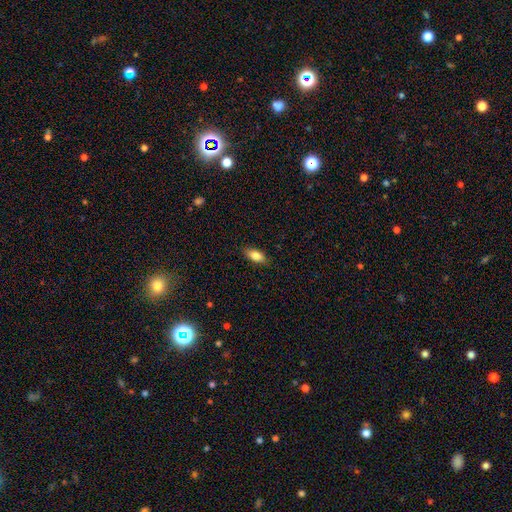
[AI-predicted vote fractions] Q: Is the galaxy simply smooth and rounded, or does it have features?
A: smooth — 80%.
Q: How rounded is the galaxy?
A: in between — 86%.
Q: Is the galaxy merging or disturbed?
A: none — 86%.